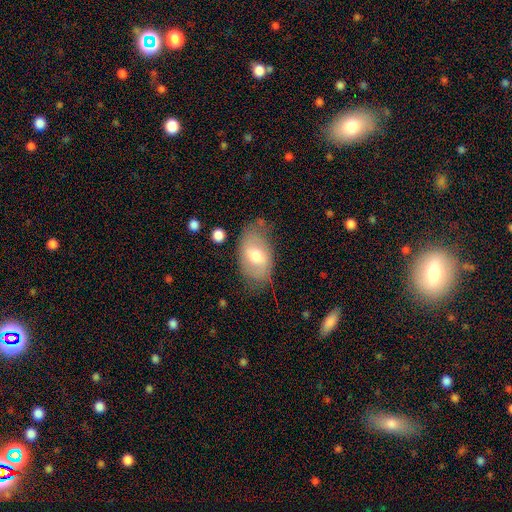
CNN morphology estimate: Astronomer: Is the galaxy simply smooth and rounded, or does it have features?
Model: smooth — 52% (runner-up: featured or disk, 41%).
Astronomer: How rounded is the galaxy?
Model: in between — 90%.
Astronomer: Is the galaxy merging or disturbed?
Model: none — 65%.